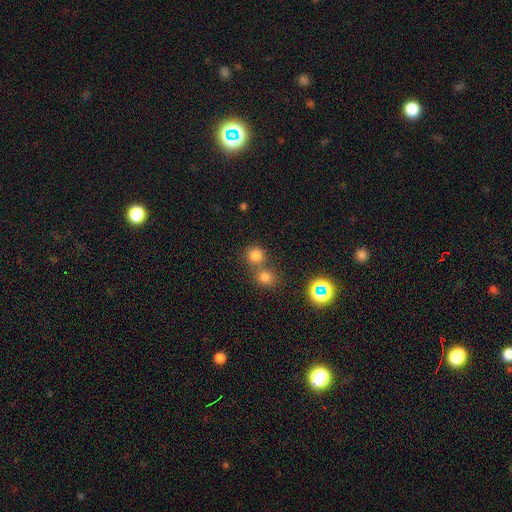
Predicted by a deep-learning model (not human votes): A smooth galaxy with no disk features (78%) that is round (88%).

Vote fractions:
- Smooth or featured? smooth: 78% / star or artifact: 16% / featured or disk: 6%
- How rounded? round: 88% / in between: 11% / cigar-shaped: 1%
- Merging? none: 55% / merger: 35% / minor disturbance: 7% / major disturbance: 3%